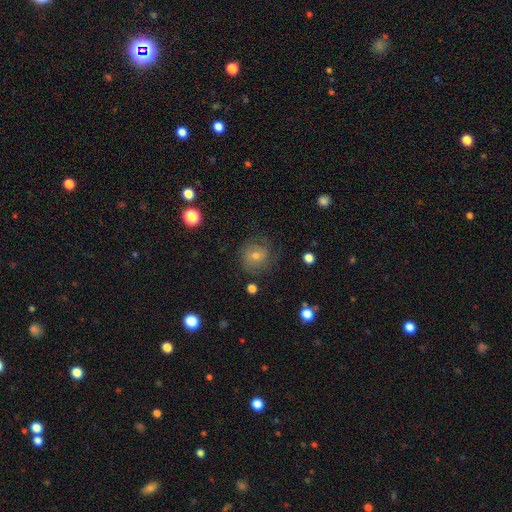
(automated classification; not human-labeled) This appears to be a smooth galaxy with no disk features (65%) that is round (86%). Merging: none (70%).